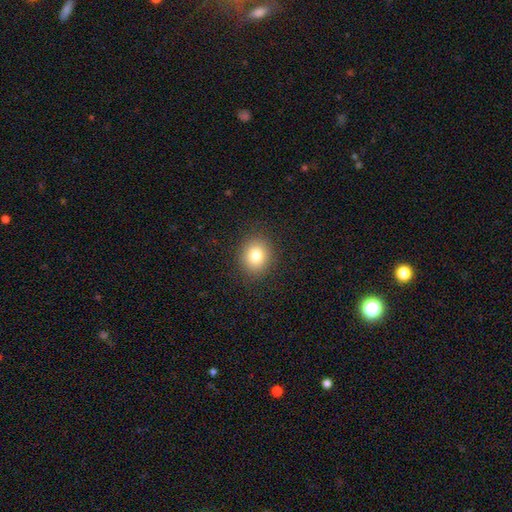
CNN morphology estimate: Q: Smooth or featured?
A: smooth (80%); runner-up: star or artifact (11%)
Q: How rounded?
A: round (75%); runner-up: in between (24%)
Q: Merging?
A: none (89%); runner-up: minor disturbance (7%)